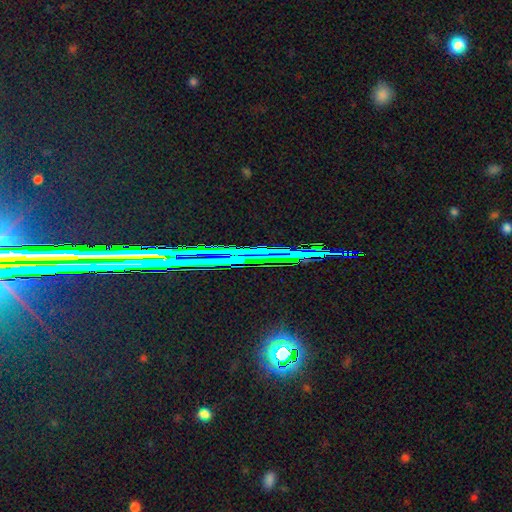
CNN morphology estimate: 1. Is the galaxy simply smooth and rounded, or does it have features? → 80% star or artifact, 11% featured or disk, 9% smooth.